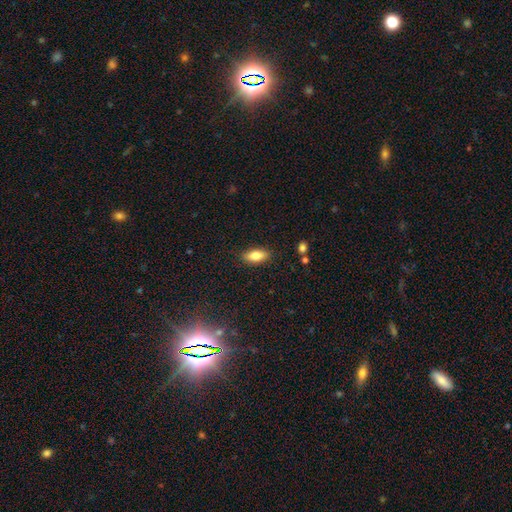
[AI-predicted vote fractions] smooth 79%, featured or disk 14%, star or artifact 7%. Down the decision tree: how rounded — in between (84%); merging — none (88%).